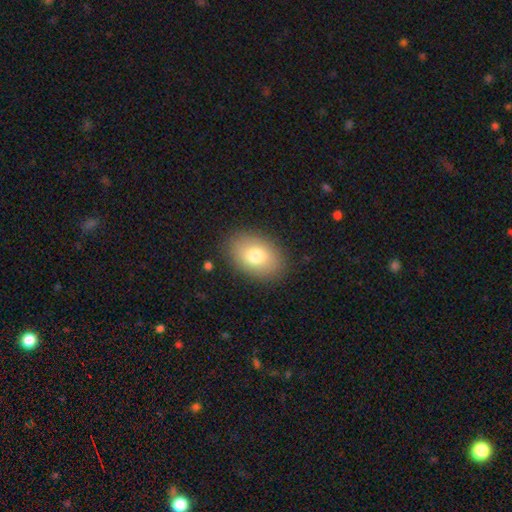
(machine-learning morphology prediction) A smooth galaxy with no disk features (77%) that is in between round and cigar-shaped (83%).

Vote fractions:
- Smooth or featured? smooth: 77% / featured or disk: 15% / star or artifact: 8%
- How rounded? in between: 83% / round: 16% / cigar-shaped: 1%
- Merging? none: 86% / minor disturbance: 10% / major disturbance: 3% / merger: 1%